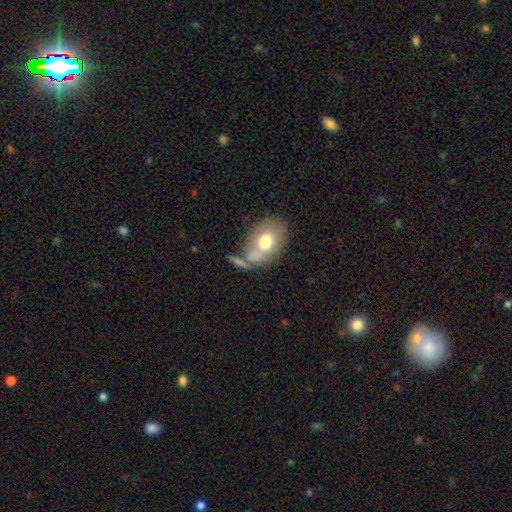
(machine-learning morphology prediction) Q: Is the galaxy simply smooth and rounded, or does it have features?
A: smooth — 63%.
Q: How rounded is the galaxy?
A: in between — 76%.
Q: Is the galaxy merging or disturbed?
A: none — 44%.